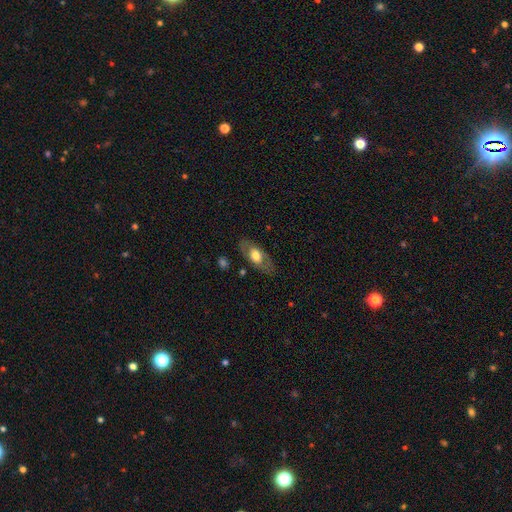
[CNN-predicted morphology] A smooth galaxy with no disk features (54%) that is in between round and cigar-shaped (85%). Merging: none (80%).